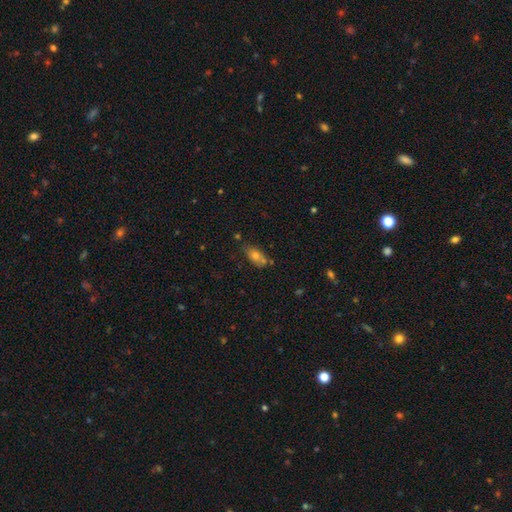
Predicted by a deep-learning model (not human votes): A smooth galaxy with no disk features (67%) that is in between round and cigar-shaped (81%).

Vote fractions:
- Smooth or featured? smooth: 67% / featured or disk: 21% / star or artifact: 12%
- How rounded? in between: 81% / cigar-shaped: 10% / round: 9%
- Merging? none: 61% / minor disturbance: 19% / merger: 15% / major disturbance: 5%